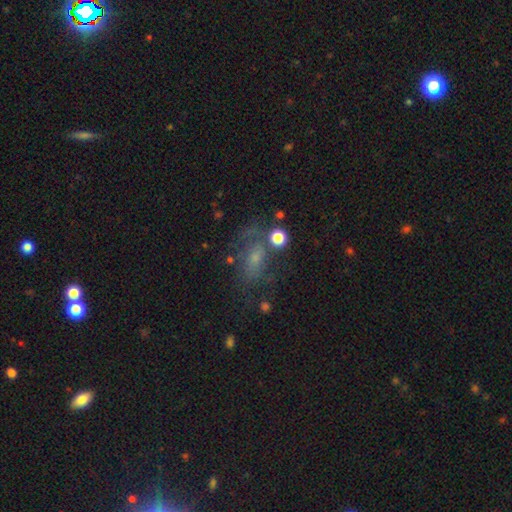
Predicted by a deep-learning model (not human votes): Smooth or featured: smooth — 41% (featured or disk — 40%)
Merging: none — 44% (major disturbance — 25%)